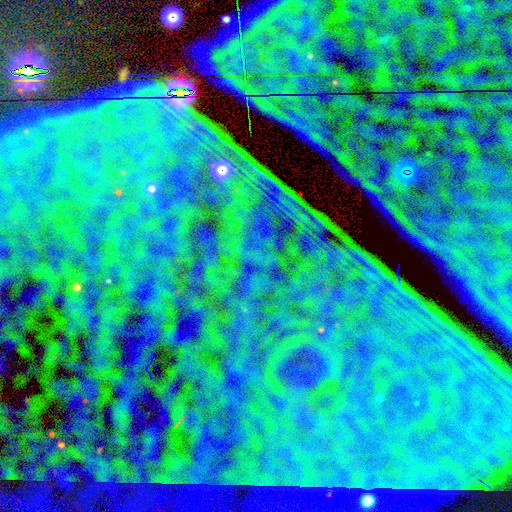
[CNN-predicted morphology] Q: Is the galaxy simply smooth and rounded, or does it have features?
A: star or artifact — 87%.